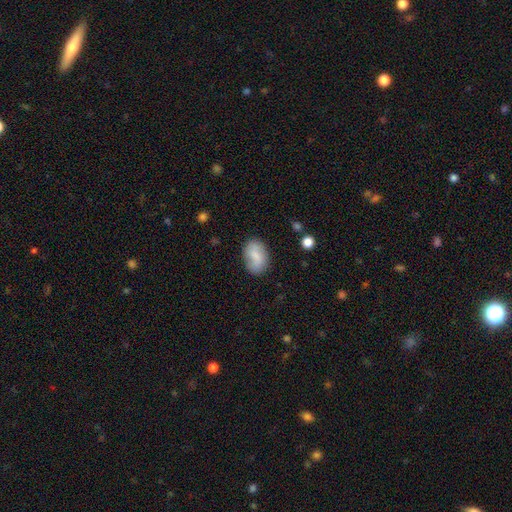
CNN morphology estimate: Smooth or featured? Predicted: smooth (p=0.75). How rounded? Predicted: in between (p=0.85). Merging? Predicted: none (p=0.78).